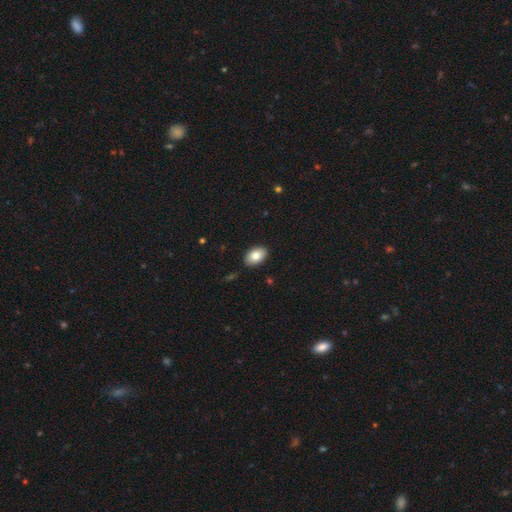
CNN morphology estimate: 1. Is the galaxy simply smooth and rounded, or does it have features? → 83% smooth, 10% featured or disk, 7% star or artifact.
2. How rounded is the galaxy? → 89% in between, 10% round, 1% cigar-shaped.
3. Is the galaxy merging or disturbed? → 88% none, 9% minor disturbance, 2% major disturbance, 1% merger.